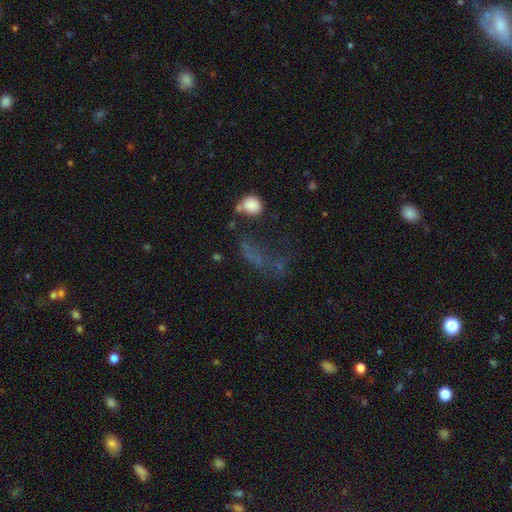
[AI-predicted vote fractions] Smooth or featured?
  - smooth: 41% *
  - star or artifact: 36%
  - featured or disk: 23%
Merging?
  - none: 36% *
  - major disturbance: 35%
  - minor disturbance: 15%
  - merger: 14%